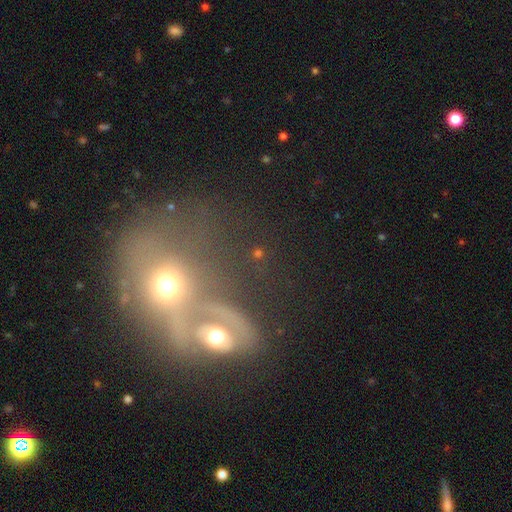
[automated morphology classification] The model was most divided on "smooth or featured": smooth: 42%, featured or disk: 36%, star or artifact: 22%. More confident: merging — merger (67%).